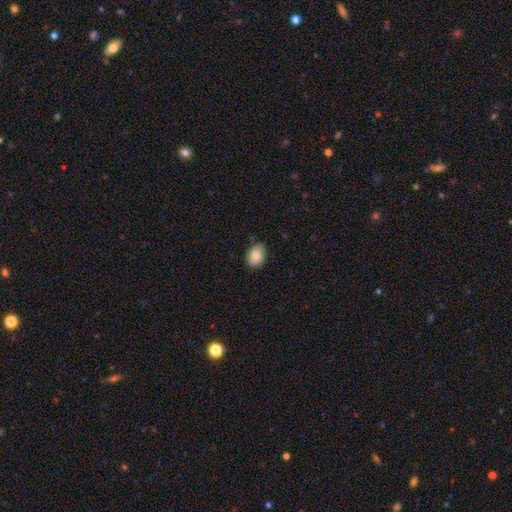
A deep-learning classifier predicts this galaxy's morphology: smooth-or-featured: smooth: 85% | featured or disk: 8% | star or artifact: 7%
  how-rounded: in between: 78% | round: 21% | cigar-shaped: 1%
  merging: none: 80% | minor disturbance: 16% | major disturbance: 2% | merger: 1%